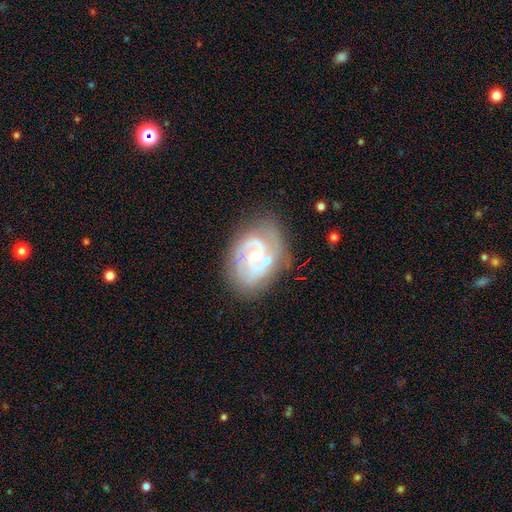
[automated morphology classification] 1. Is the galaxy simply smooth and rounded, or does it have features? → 83% featured or disk, 11% smooth, 6% star or artifact.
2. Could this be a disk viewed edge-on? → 98% no, 2% yes.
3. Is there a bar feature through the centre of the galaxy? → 62% no, 31% weak, 7% strong.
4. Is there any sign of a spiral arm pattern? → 92% yes, 8% no.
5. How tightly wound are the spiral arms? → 46% tight, 41% medium, 12% loose.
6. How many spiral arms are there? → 56% 2, 17% can't tell, 13% 3, 9% 1, 3% 4, 3% more than 4.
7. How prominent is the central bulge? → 61% small, 33% moderate, 3% none, 2% large, 1% dominant.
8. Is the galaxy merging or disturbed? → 63% none, 19% minor disturbance, 12% major disturbance, 6% merger.